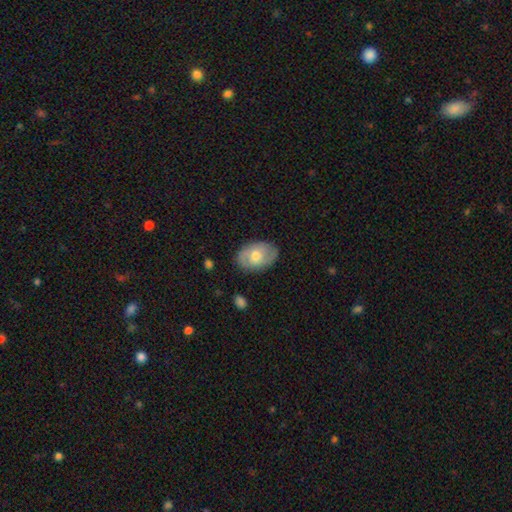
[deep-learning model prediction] Smooth or featured: smooth — 48% (featured or disk — 46%)
Merging: none — 81% (minor disturbance — 14%)